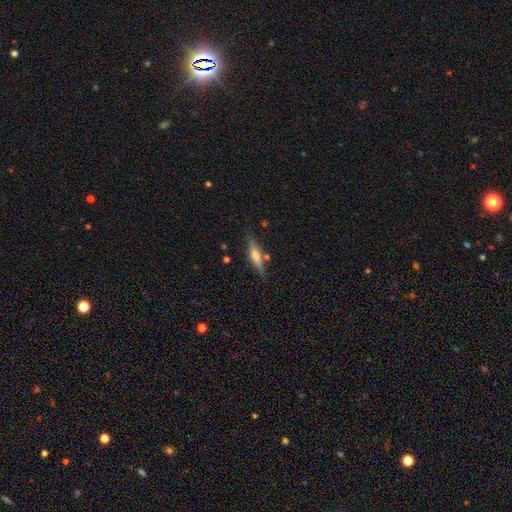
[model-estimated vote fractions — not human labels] A featured or disk galaxy (54%) viewed edge-on (95%) with a rounded central bulge (77%). Merging: none (80%).